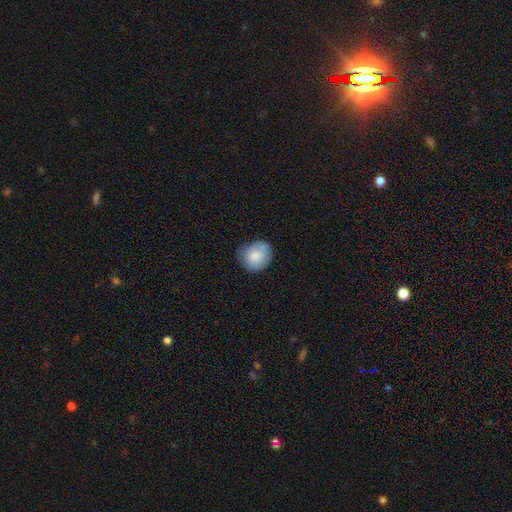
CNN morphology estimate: This appears to be a smooth galaxy with no disk features (83%) that is round (74%). Merging: none (72%).